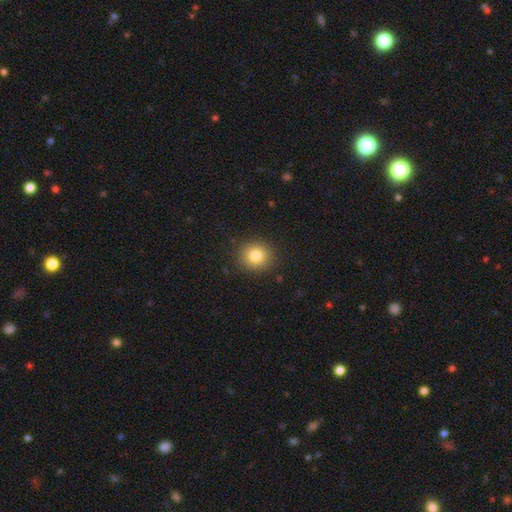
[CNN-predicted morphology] A smooth galaxy with no disk features (82%) that is round (86%). Merging: none (89%).